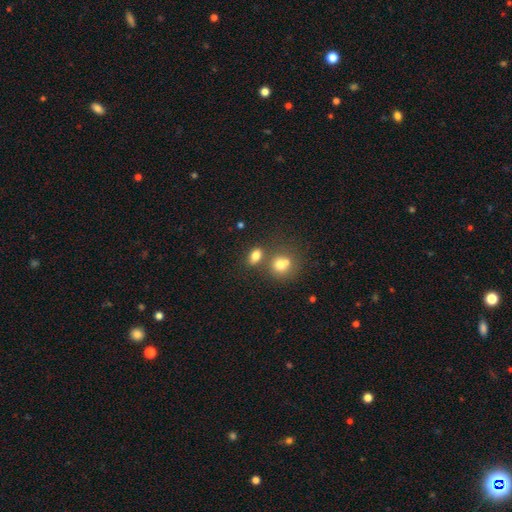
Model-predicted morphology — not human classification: This is likely a smooth galaxy (78%). How rounded: likely in between (76%). Merging: possibly none (57%).